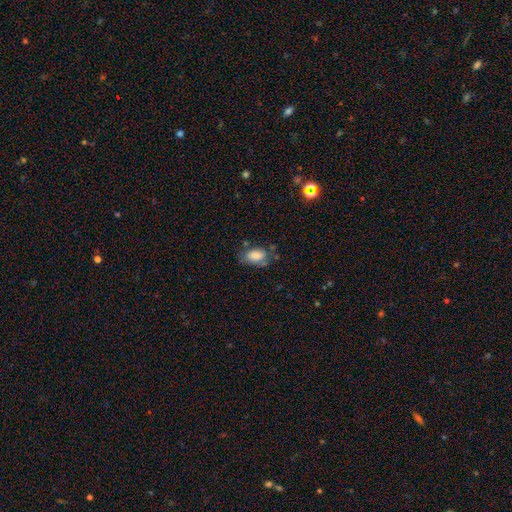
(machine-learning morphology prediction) Q: Smooth or featured?
A: smooth (80%); runner-up: featured or disk (11%)
Q: How rounded?
A: in between (90%); runner-up: round (7%)
Q: Merging?
A: none (59%); runner-up: minor disturbance (27%)